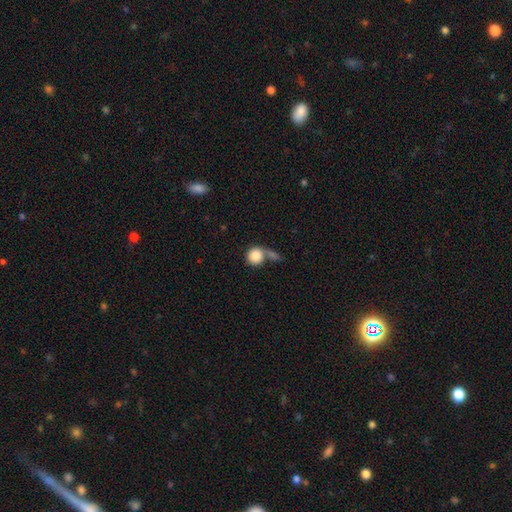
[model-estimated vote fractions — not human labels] smooth-or-featured: smooth: 85% | featured or disk: 8% | star or artifact: 7%
  how-rounded: round: 88% | in between: 11% | cigar-shaped: 1%
  merging: merger: 39% | none: 37% | minor disturbance: 12% | major disturbance: 12%